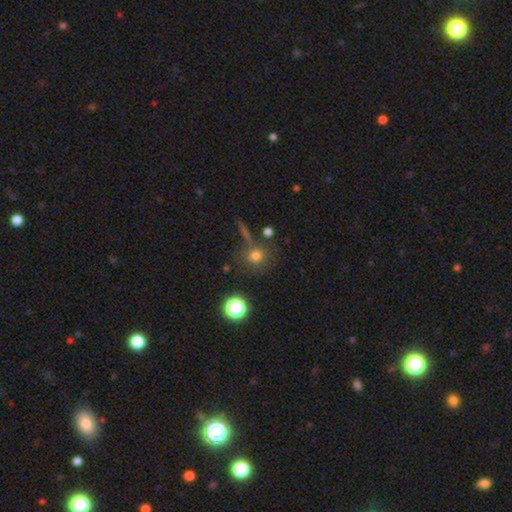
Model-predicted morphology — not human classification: A smooth galaxy with no disk features (71%) that is round (89%).

Vote fractions:
- Smooth or featured? smooth: 71% / star or artifact: 19% / featured or disk: 10%
- How rounded? round: 89% / in between: 9% / cigar-shaped: 2%
- Merging? none: 71% / merger: 11% / minor disturbance: 11% / major disturbance: 6%